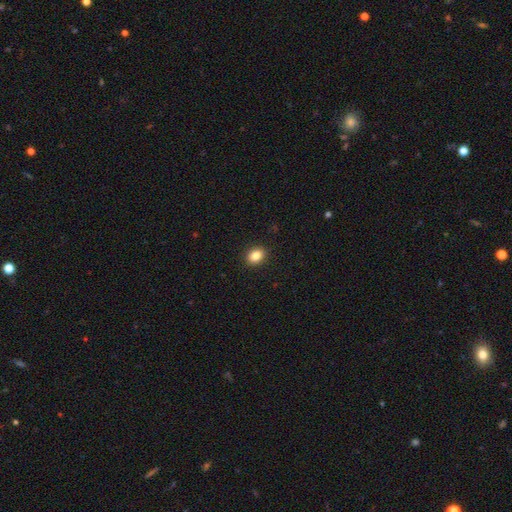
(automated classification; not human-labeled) This is clearly a smooth galaxy (84%). How rounded: possibly in between (53%). Merging: clearly none (91%).